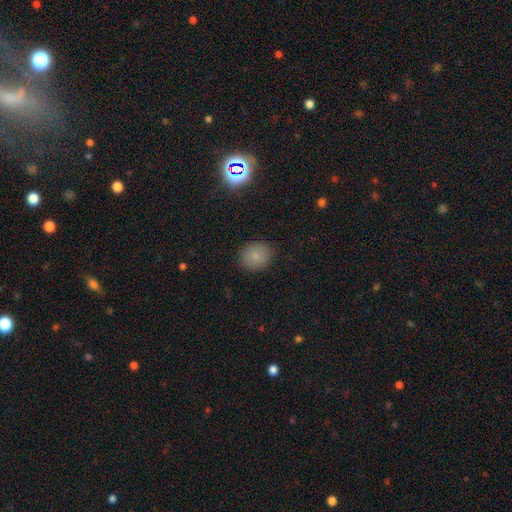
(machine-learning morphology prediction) smooth_or_featured: smooth (p=0.82) [alt: star or artifact p=0.13]
how_rounded: round (p=0.71) [alt: in between p=0.28]
merging: none (p=0.86) [alt: minor disturbance p=0.10]